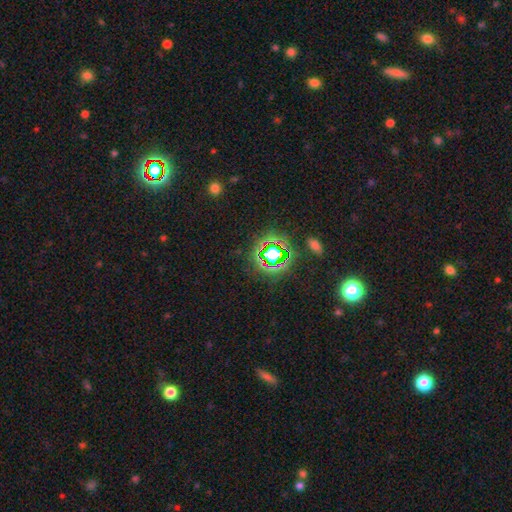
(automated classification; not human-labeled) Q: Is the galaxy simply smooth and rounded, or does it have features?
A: star or artifact — 75%.